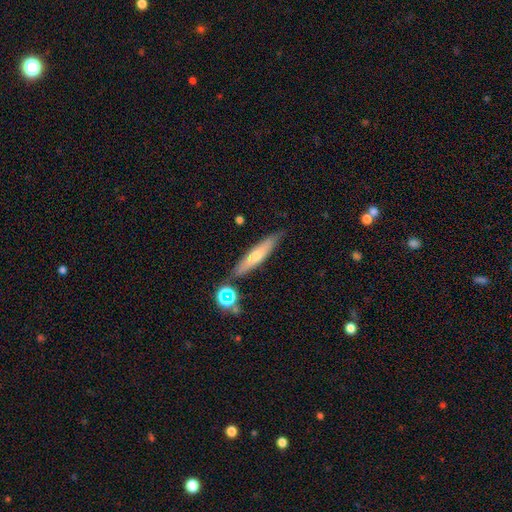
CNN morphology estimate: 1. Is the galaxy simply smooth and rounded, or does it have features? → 49% featured or disk, 43% smooth, 9% star or artifact.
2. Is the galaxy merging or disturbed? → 81% none, 11% minor disturbance, 6% merger, 2% major disturbance.